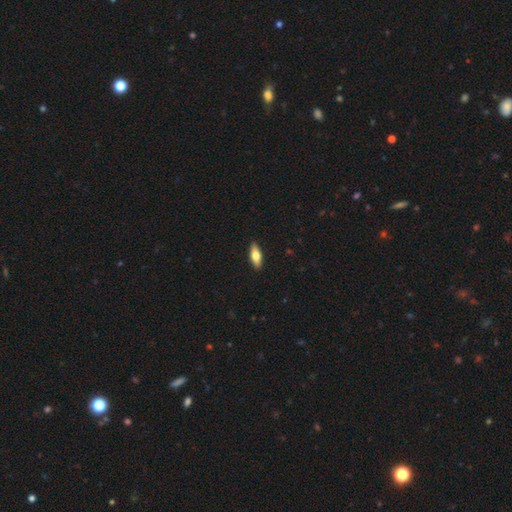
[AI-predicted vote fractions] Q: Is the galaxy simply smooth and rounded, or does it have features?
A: smooth — 64%.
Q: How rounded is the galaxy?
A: in between — 66%.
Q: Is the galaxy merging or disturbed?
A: none — 90%.